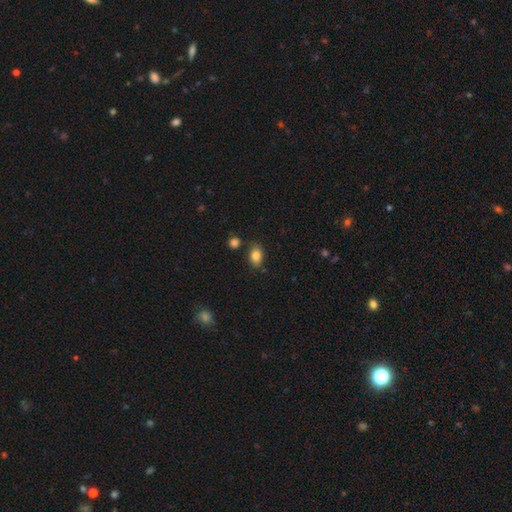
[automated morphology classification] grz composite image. It shows a smooth galaxy with no disk features (83%) that is in between round and cigar-shaped (82%). Merging: none (79%).